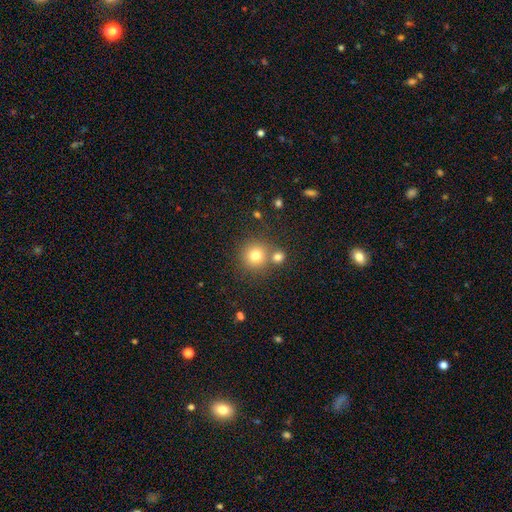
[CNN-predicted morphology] Smooth or featured: smooth — 77% (star or artifact — 14%)
How rounded: round — 92% (in between — 7%)
Merging: none — 68% (merger — 21%)